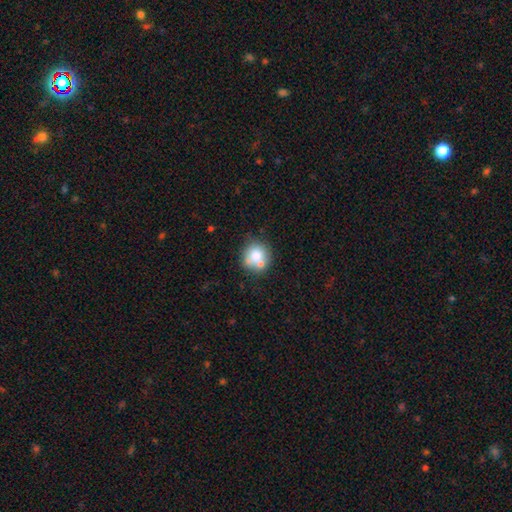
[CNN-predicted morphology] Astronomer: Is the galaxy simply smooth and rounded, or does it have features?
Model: smooth — 71%.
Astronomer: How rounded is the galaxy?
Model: round — 85%.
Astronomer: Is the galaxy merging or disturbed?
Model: none — 53% (runner-up: merger, 28%).